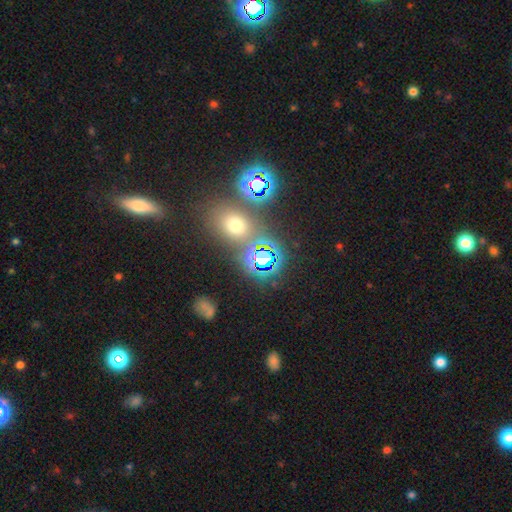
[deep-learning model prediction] Q: Smooth or featured?
A: star or artifact (50%); runner-up: smooth (40%)